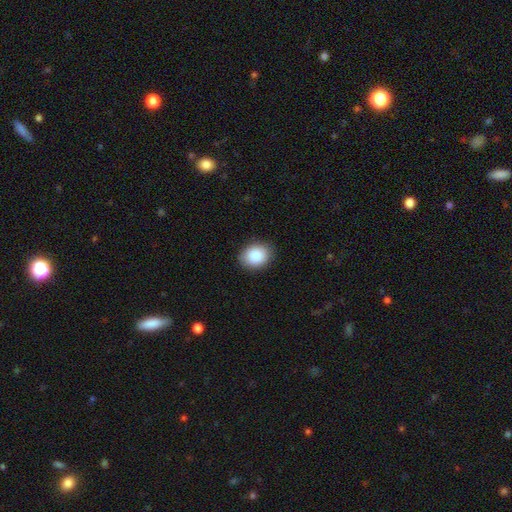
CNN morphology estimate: Smooth or featured? Predicted: smooth (p=0.88). How rounded? Predicted: in between (p=0.53). Merging? Predicted: none (p=0.88).